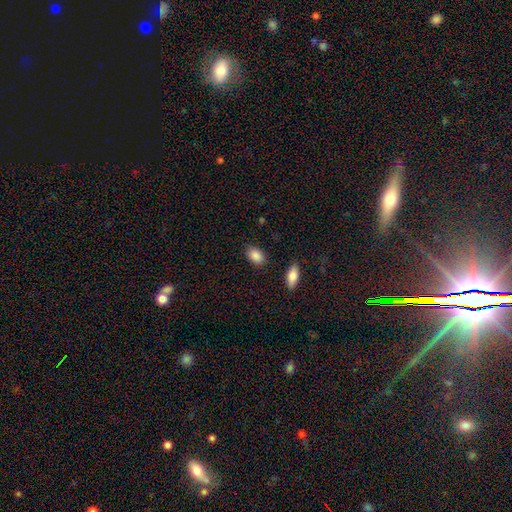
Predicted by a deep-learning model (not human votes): The model was most divided on "how rounded": in between: 85%, round: 13%, cigar-shaped: 2%. More confident: smooth or featured — smooth (88%); merging — none (85%).